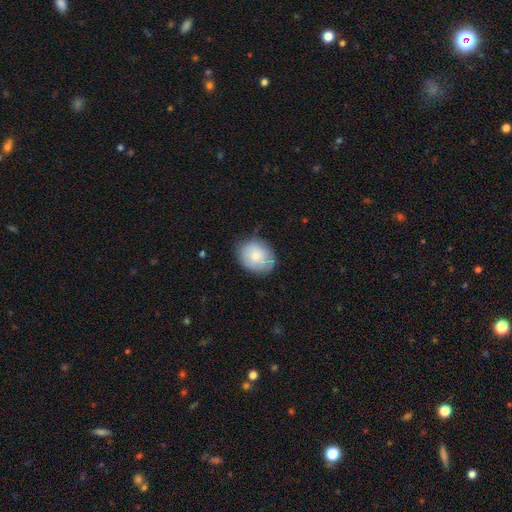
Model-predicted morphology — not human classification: Smooth or featured: smooth — 79% (featured or disk — 15%)
How rounded: in between — 51% (round — 48%)
Merging: none — 72% (minor disturbance — 22%)